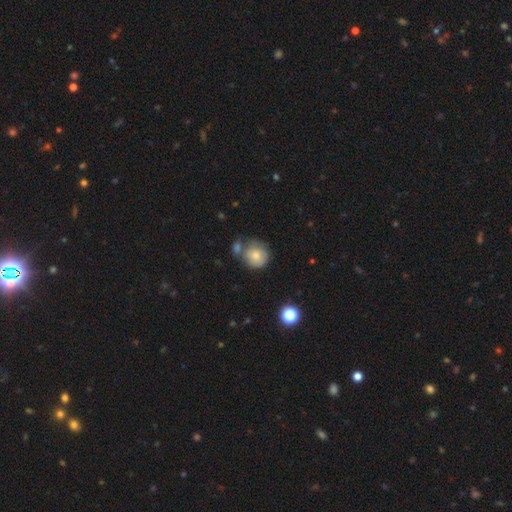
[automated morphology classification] The model was most divided on "merging": none: 50%, merger: 26%, minor disturbance: 17%, major disturbance: 6%. More confident: how rounded — round (88%); smooth or featured — smooth (74%).